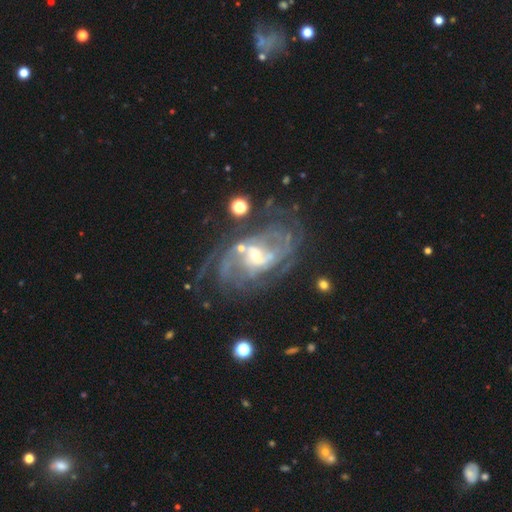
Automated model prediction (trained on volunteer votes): Q: Smooth or featured?
A: featured or disk (87%); runner-up: star or artifact (7%)
Q: Edge-on disk?
A: no (96%); runner-up: yes (4%)
Q: Bar?
A: weak (46%); runner-up: no (34%)
Q: Spiral arms?
A: yes (94%); runner-up: no (6%)
Q: Spiral winding?
A: medium (44%); runner-up: tight (35%)
Q: Spiral arm count?
A: 2 (37%); runner-up: can't tell (28%)
Q: Bulge size?
A: small (56%); runner-up: moderate (36%)
Q: Merging?
A: none (59%); runner-up: minor disturbance (18%)